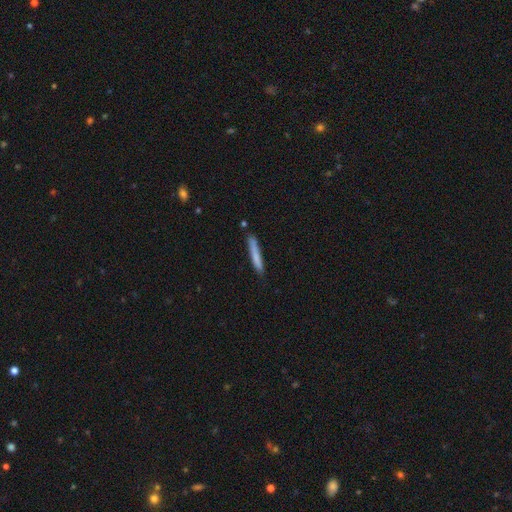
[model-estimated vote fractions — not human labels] A smooth galaxy with no disk features (76%) that is cigar-shaped (95%).

Vote fractions:
- Smooth or featured? smooth: 76% / featured or disk: 17% / star or artifact: 6%
- How rounded? cigar-shaped: 95% / in between: 4% / round: 1%
- Merging? none: 80% / minor disturbance: 14% / merger: 3% / major disturbance: 2%